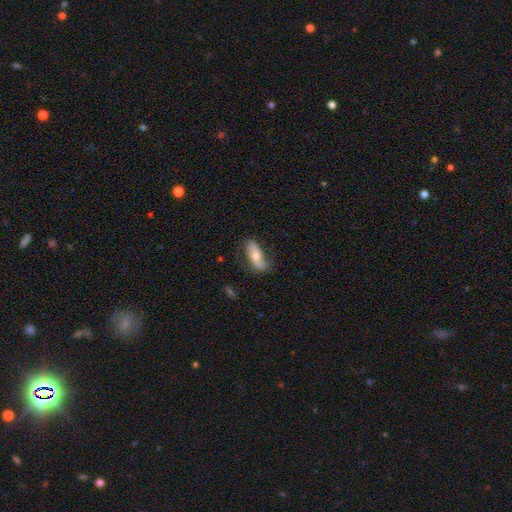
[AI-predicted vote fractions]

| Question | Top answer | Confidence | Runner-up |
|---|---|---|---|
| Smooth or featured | smooth | 52% | featured or disk (41%) |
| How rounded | in between | 72% | cigar-shaped (25%) |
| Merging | none | 66% | minor disturbance (25%) |